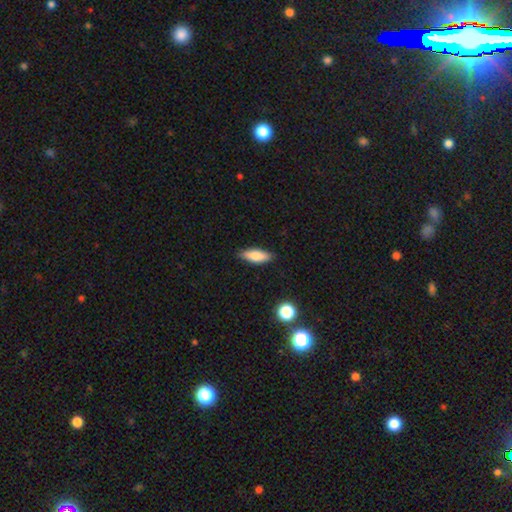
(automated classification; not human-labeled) A smooth galaxy with no disk features (75%) that is in between round and cigar-shaped (67%).

Vote fractions:
- Smooth or featured? smooth: 75% / featured or disk: 18% / star or artifact: 7%
- How rounded? in between: 67% / cigar-shaped: 30% / round: 3%
- Merging? none: 86% / minor disturbance: 11% / major disturbance: 2% / merger: 1%